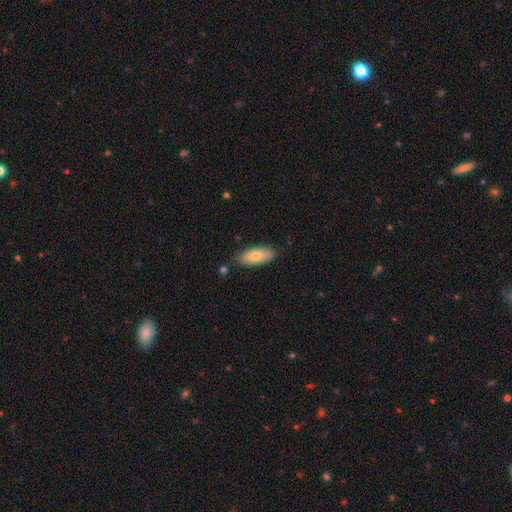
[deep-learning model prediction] Smooth or featured: smooth — 76% (featured or disk — 18%)
How rounded: in between — 82% (cigar-shaped — 15%)
Merging: none — 80% (minor disturbance — 15%)